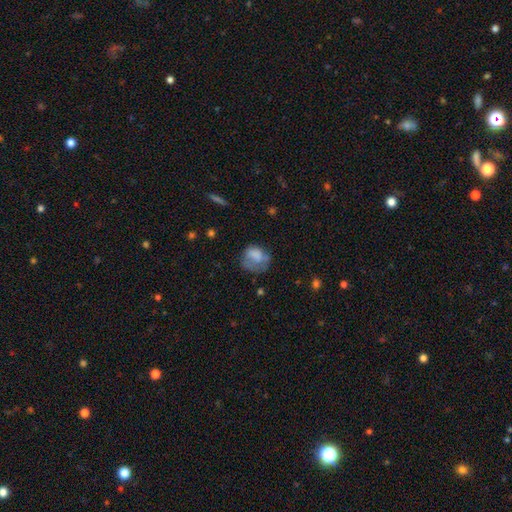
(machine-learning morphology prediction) Overall: smooth (68%). How rounded: round (62%; in between 37%). Merging: none (40%; minor disturbance 29%).